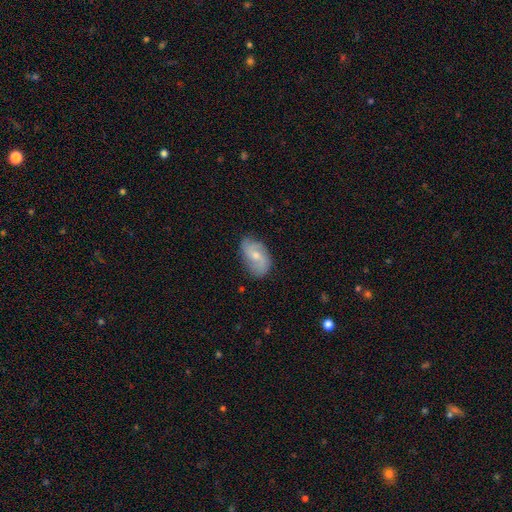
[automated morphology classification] type=featured or disk (56%); edge-on=no (95%); bar=no (53%); spiral arms=yes (86%); bulge=moderate (49%); merging=none (71%).